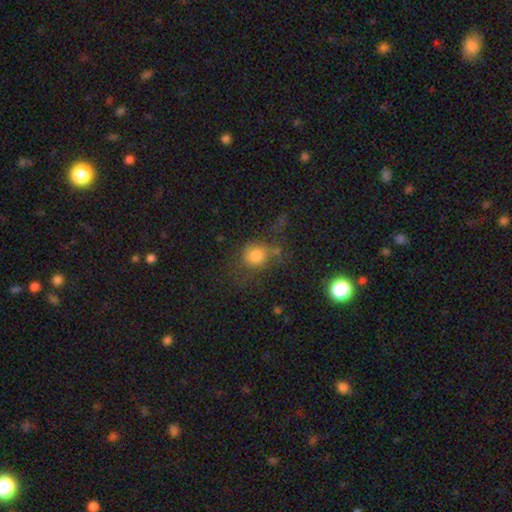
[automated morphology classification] This appears to be a smooth galaxy with no disk features (78%) that is round (75%). Merging: none (52%).